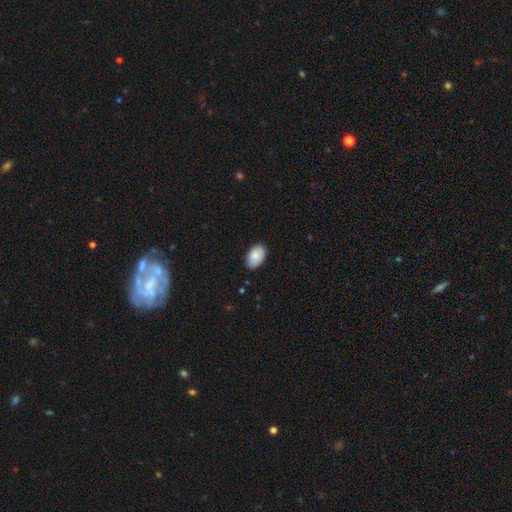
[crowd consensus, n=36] Smooth or featured? smooth (83%)
How rounded? in between (97%)
Merging? none (86%)